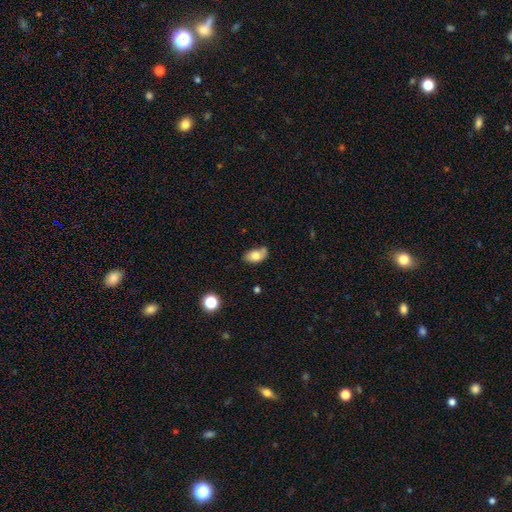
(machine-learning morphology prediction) Smooth or featured? Predicted: smooth (p=0.77). How rounded? Predicted: in between (p=0.89). Merging? Predicted: none (p=0.55).